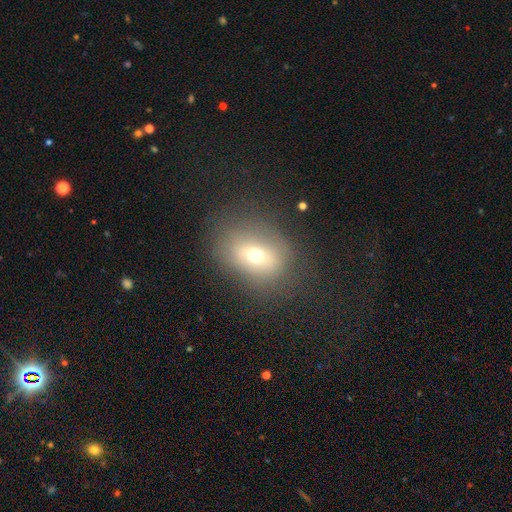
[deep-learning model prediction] A smooth galaxy with no disk features (62%) that is in between round and cigar-shaped (51%). Merging: none (69%).